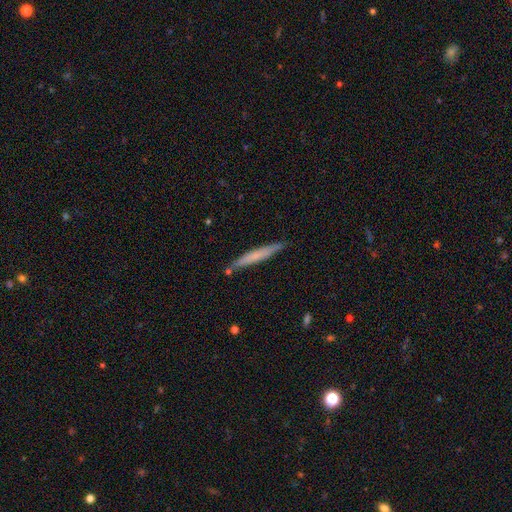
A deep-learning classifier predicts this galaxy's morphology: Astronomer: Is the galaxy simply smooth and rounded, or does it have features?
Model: smooth — 60%.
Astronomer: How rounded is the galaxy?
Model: cigar-shaped — 96%.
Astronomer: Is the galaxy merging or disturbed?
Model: none — 84%.